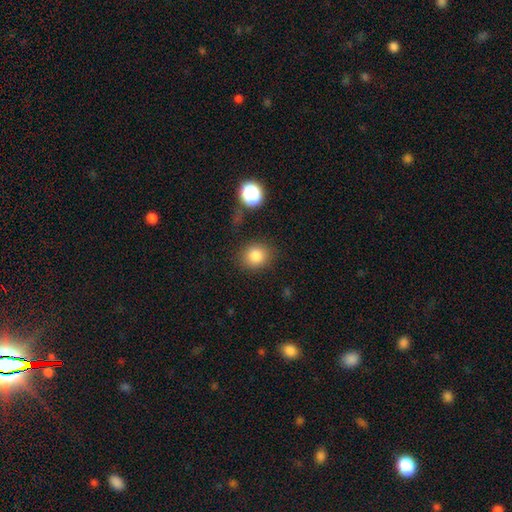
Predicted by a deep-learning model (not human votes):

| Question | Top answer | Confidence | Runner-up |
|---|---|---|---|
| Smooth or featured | smooth | 83% | star or artifact (11%) |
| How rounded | round | 79% | in between (21%) |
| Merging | none | 83% | minor disturbance (10%) |